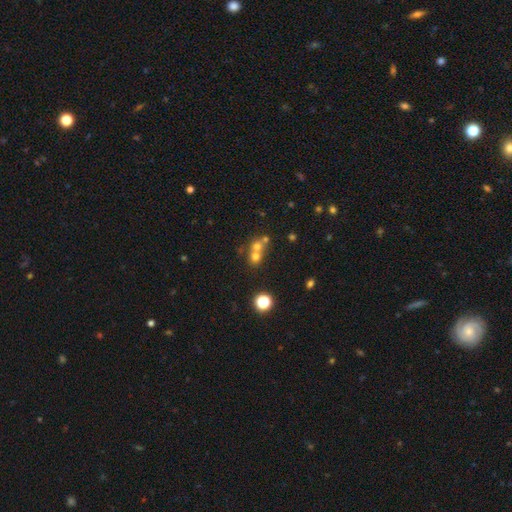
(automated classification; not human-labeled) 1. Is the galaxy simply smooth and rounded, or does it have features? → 62% smooth, 19% star or artifact, 19% featured or disk.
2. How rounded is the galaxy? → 80% round, 19% in between, 1% cigar-shaped.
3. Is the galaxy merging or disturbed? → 60% merger, 32% none, 5% minor disturbance, 3% major disturbance.